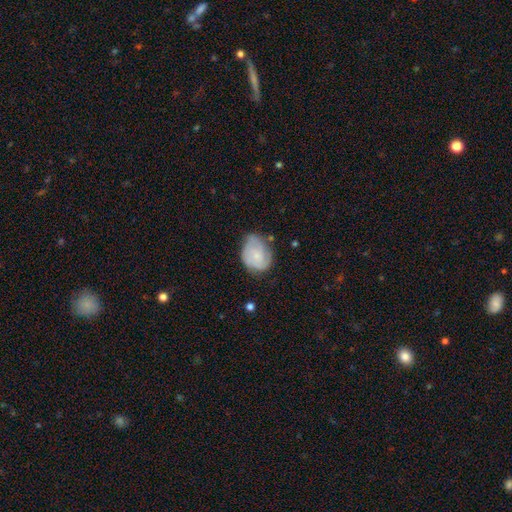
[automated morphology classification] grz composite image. It shows a smooth galaxy with no disk features (47%). Merging: none (48%).